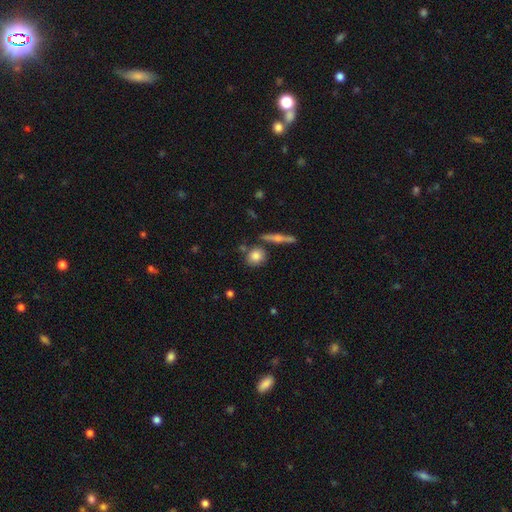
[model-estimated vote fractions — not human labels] A smooth galaxy with no disk features (80%) that is round (77%).

Vote fractions:
- Smooth or featured? smooth: 80% / featured or disk: 11% / star or artifact: 9%
- How rounded? round: 77% / in between: 19% / cigar-shaped: 4%
- Merging? none: 75% / minor disturbance: 11% / merger: 10% / major disturbance: 3%